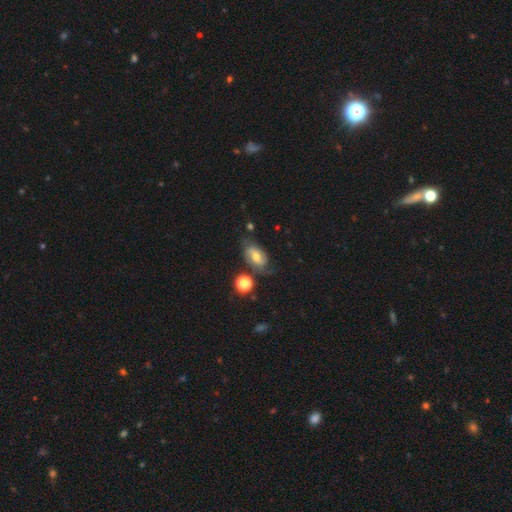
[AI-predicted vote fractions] The model was most divided on "smooth or featured": featured or disk: 52%, smooth: 38%, star or artifact: 10%. More confident: edge-on disk — no (93%); merging — none (62%).